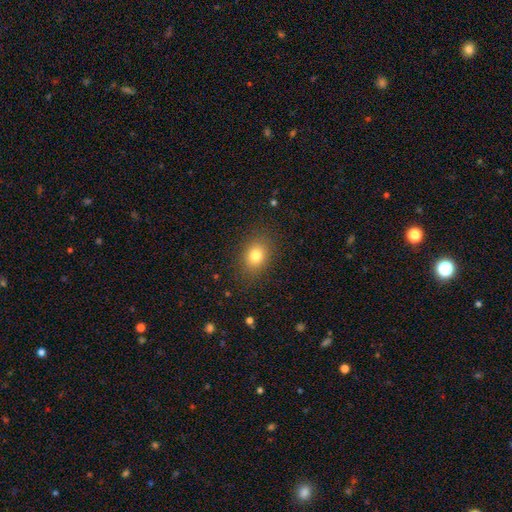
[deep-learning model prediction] Smooth or featured? smooth (80%)
How rounded? in between (56%)
Merging? none (85%)